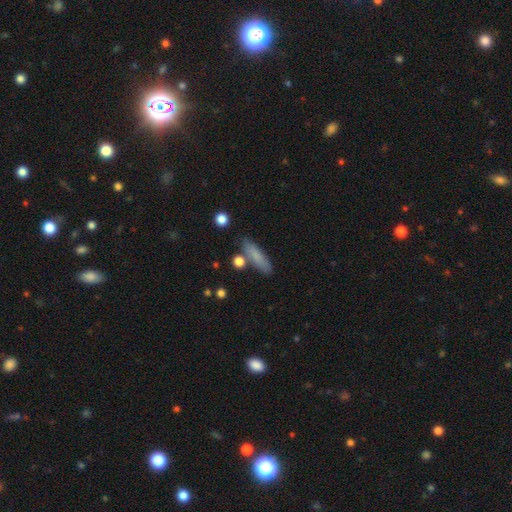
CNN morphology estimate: Overall: smooth (77%). How rounded: cigar-shaped (69%). Merging: none (77%).